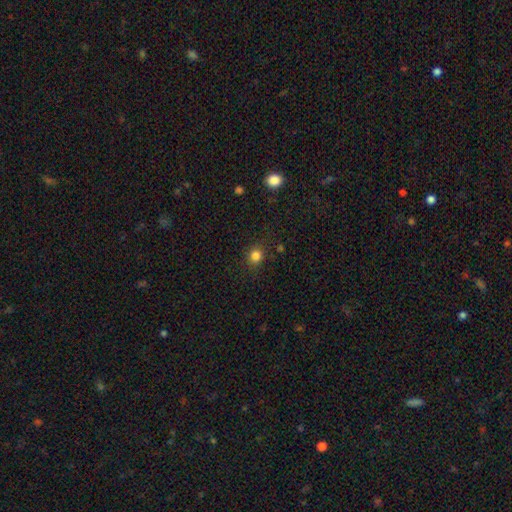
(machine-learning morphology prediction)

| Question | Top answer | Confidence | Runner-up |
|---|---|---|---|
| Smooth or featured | smooth | 83% | star or artifact (13%) |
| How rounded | round | 84% | in between (15%) |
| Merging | none | 86% | minor disturbance (9%) |